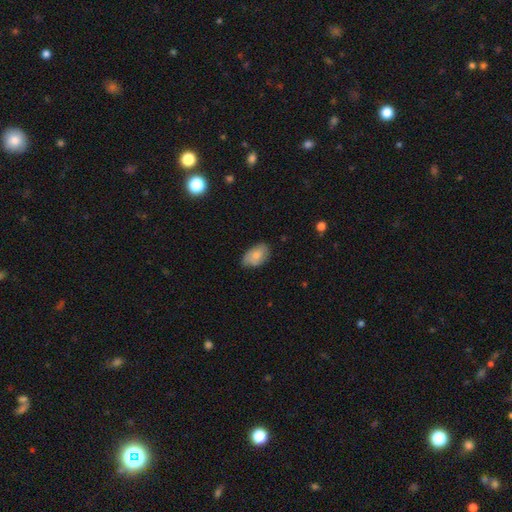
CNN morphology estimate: Q: Smooth or featured?
A: smooth (78%); runner-up: featured or disk (15%)
Q: How rounded?
A: in between (91%); runner-up: round (7%)
Q: Merging?
A: none (66%); runner-up: minor disturbance (28%)